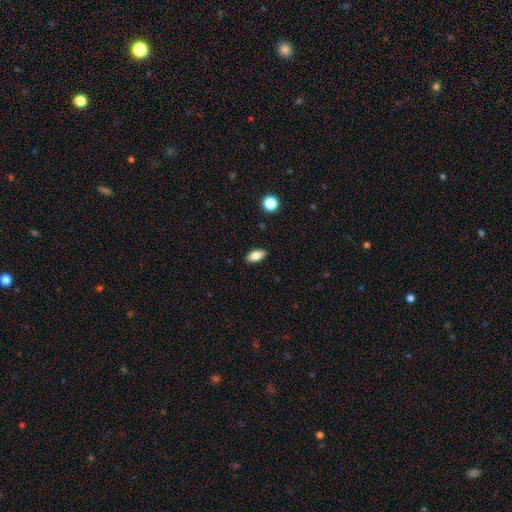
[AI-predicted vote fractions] Smooth or featured? smooth (78%)
How rounded? in between (86%)
Merging? none (89%)